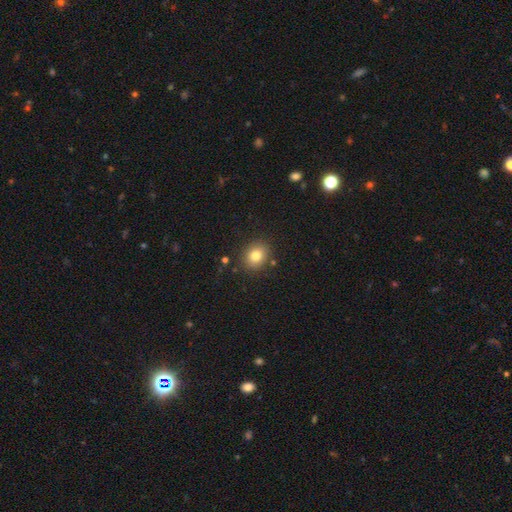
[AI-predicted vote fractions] This is likely a smooth galaxy (80%). How rounded: likely round (63%). Merging: clearly none (87%).